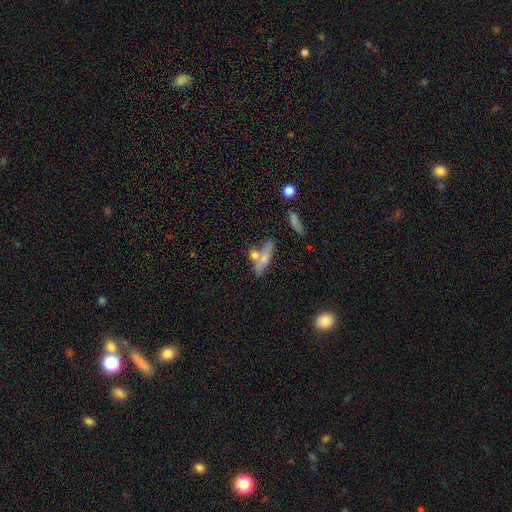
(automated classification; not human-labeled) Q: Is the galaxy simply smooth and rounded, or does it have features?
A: smooth — 55%.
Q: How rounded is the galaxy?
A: cigar-shaped — 56%.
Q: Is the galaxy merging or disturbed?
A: none — 49%.